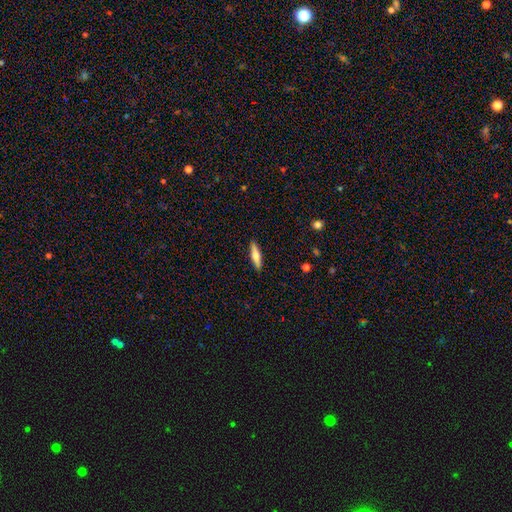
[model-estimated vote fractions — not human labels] The model was most divided on "smooth or featured": smooth: 59%, featured or disk: 35%, star or artifact: 6%. More confident: merging — none (90%); how rounded — cigar-shaped (77%).